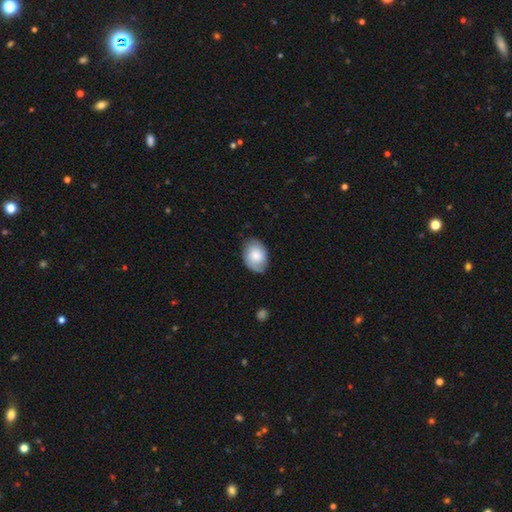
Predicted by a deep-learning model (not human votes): Smooth or featured: smooth — 63% (featured or disk — 30%)
How rounded: in between — 75% (round — 24%)
Merging: none — 74% (minor disturbance — 20%)